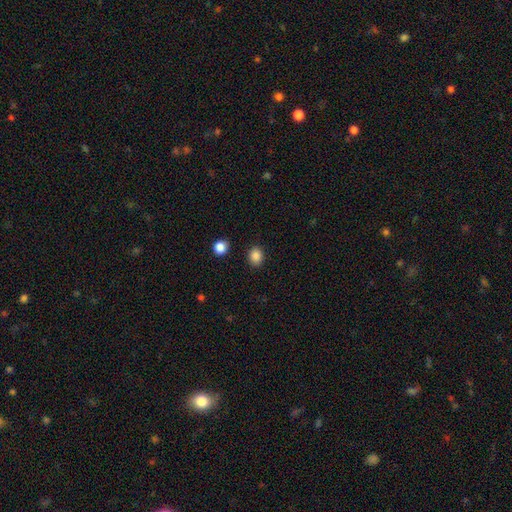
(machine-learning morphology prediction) Smooth or featured? smooth (87%)
How rounded? round (55%)
Merging? none (88%)